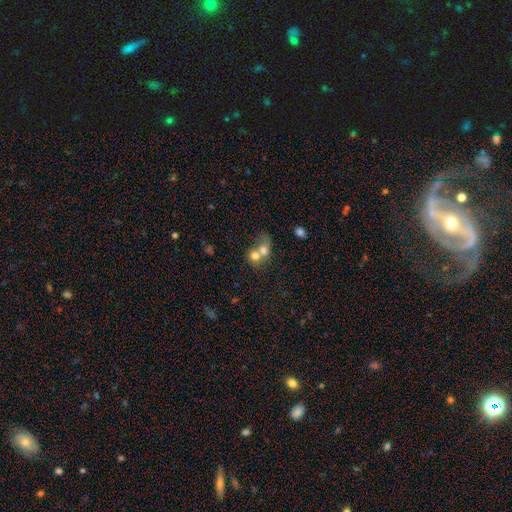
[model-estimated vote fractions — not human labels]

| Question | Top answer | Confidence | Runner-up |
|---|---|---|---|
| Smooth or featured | smooth | 68% | featured or disk (22%) |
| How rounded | round | 63% | in between (36%) |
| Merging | merger | 76% | none (14%) |